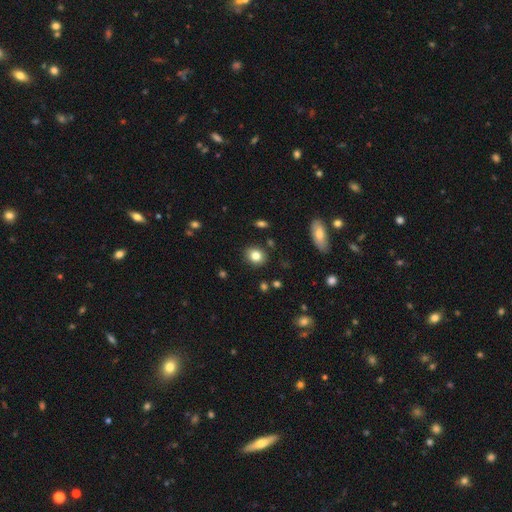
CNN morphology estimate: Overall: smooth (82%). How rounded: round (67%; in between 32%). Merging: none (87%).